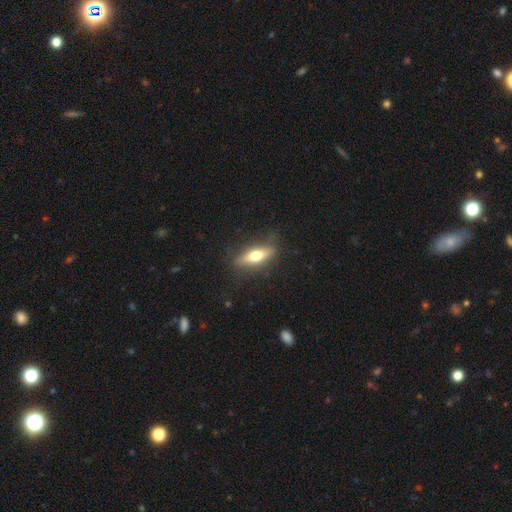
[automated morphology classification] This is possibly a smooth galaxy (54%). How rounded: possibly cigar-shaped (50%). Merging: clearly none (82%).